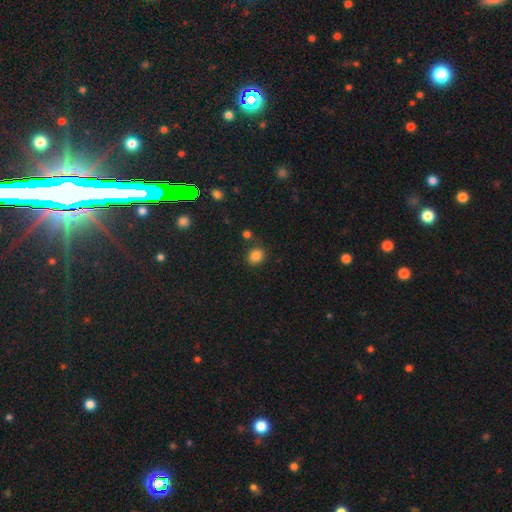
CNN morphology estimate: type=smooth (84%); roundness=round (74%); merging=none (79%).